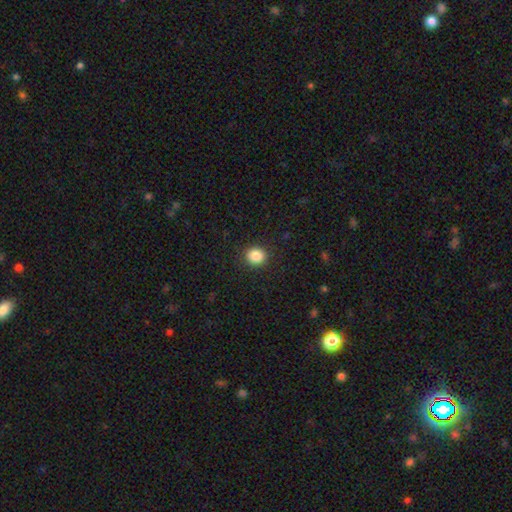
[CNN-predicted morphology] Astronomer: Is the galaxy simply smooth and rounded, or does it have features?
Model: smooth — 86%.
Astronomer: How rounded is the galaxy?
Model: round — 82%.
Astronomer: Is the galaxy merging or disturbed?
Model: none — 91%.